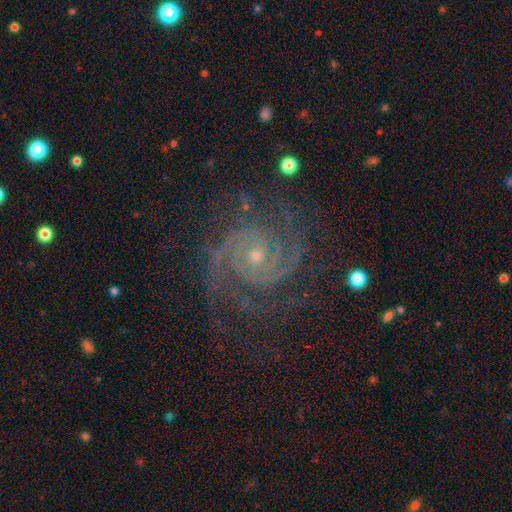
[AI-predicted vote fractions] This is clearly a featured or disk galaxy (90%). It is clearly not viewed edge-on (98%). Bar: likely no (72%). Spiral arm pattern: clearly yes (98%). Spiral arm count: possibly 2 (56%). Spiral winding: likely tight (69%). Central bulge: likely small (65%). Merging: likely none (74%).